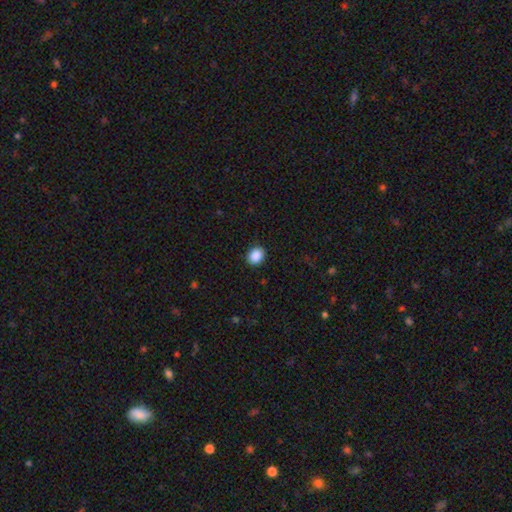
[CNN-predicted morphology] Smooth or featured: smooth — 89% (star or artifact — 8%)
How rounded: round — 60% (in between — 39%)
Merging: none — 90% (minor disturbance — 7%)